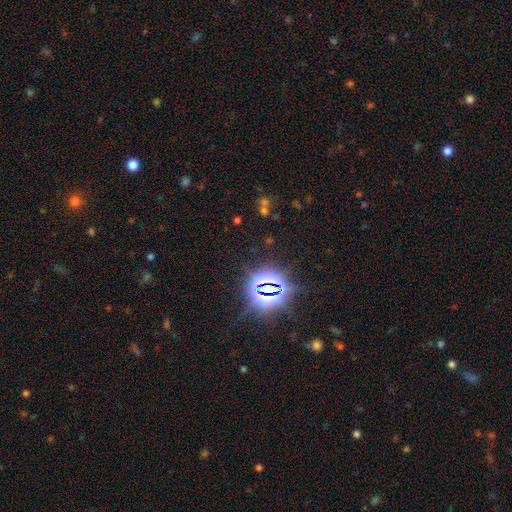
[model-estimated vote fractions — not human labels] The model was most divided on "smooth or featured": star or artifact: 82%, smooth: 11%, featured or disk: 7%.